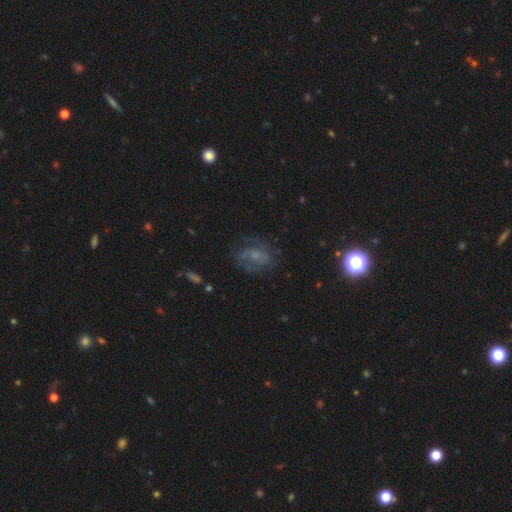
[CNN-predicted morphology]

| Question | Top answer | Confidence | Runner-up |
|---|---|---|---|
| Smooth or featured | featured or disk | 57% | smooth (27%) |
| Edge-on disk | no | 97% | yes (3%) |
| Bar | no | 57% | weak (35%) |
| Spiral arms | yes | 78% | no (22%) |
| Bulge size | small | 53% | moderate (23%) |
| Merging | none | 62% | minor disturbance (20%) |